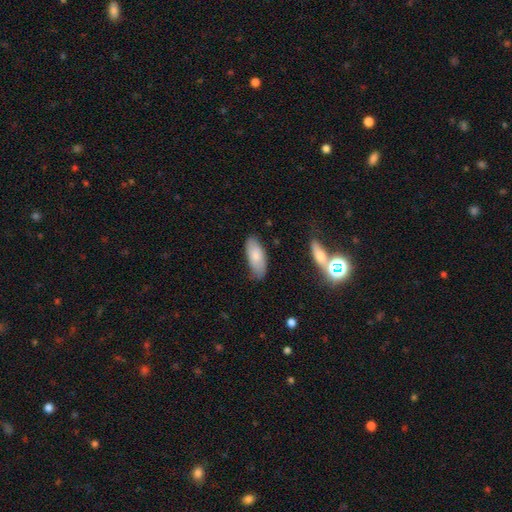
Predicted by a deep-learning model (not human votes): A smooth galaxy with no disk features (79%) that is in between round and cigar-shaped (85%).

Vote fractions:
- Smooth or featured? smooth: 79% / featured or disk: 15% / star or artifact: 6%
- How rounded? in between: 85% / cigar-shaped: 13% / round: 2%
- Merging? none: 74% / minor disturbance: 20% / major disturbance: 4% / merger: 2%